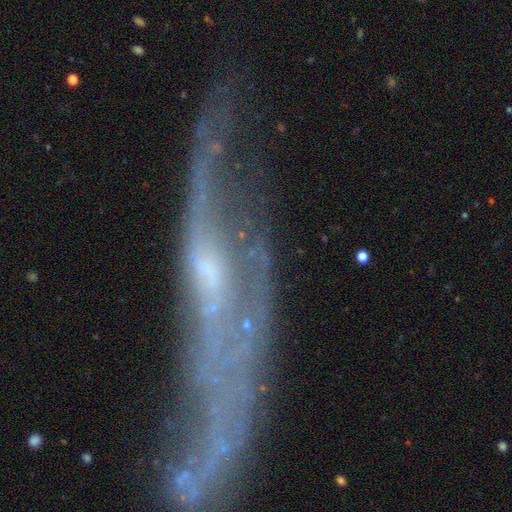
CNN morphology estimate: Overall: featured or disk (75%). Edge-on disk: no (71%). Bar: no (47%; weak 35%). Spiral arms: yes (70%; no 30%). Bulge size: small (44%; moderate 31%). Merging: none (47%; major disturbance 25%).